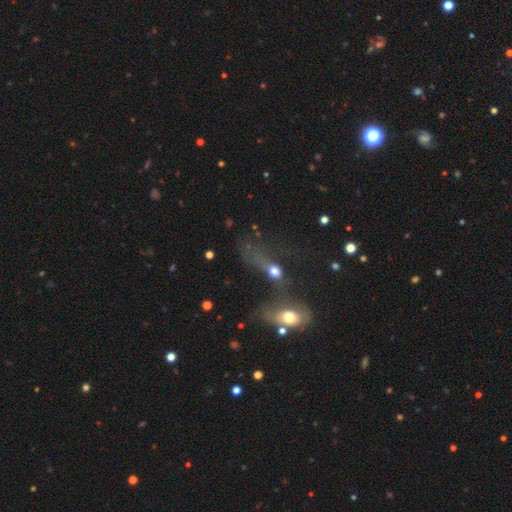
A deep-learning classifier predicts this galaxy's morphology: A smooth galaxy with no disk features (45%).

Vote fractions:
- Smooth or featured? smooth: 45% / star or artifact: 28% / featured or disk: 27%
- Merging? merger: 42% / none: 25% / major disturbance: 21% / minor disturbance: 12%